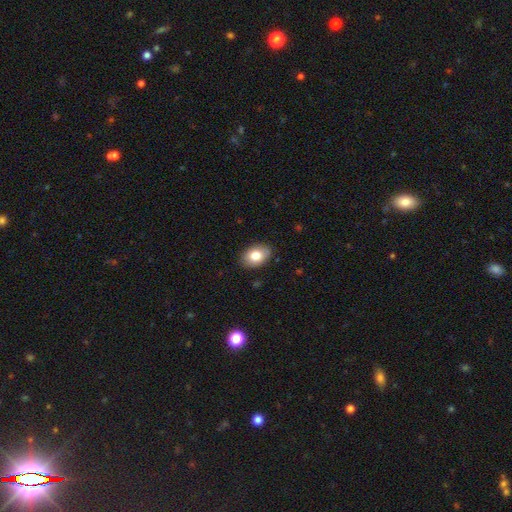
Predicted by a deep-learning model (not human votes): Q: Smooth or featured?
A: smooth (81%); runner-up: featured or disk (12%)
Q: How rounded?
A: in between (83%); runner-up: round (16%)
Q: Merging?
A: none (87%); runner-up: minor disturbance (10%)